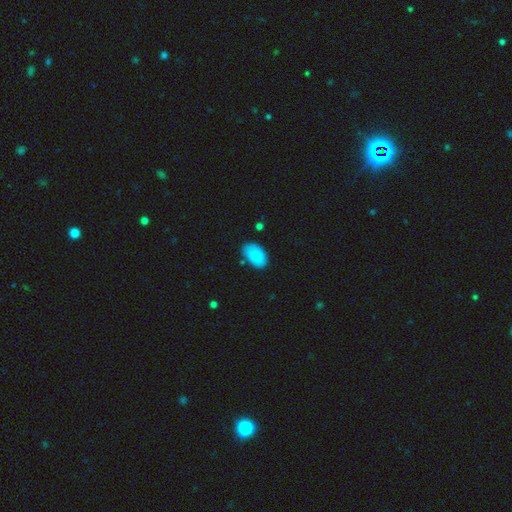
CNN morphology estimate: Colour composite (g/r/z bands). It shows a smooth galaxy with no disk features (87%) that is in between round and cigar-shaped (93%). Merging: none (76%).